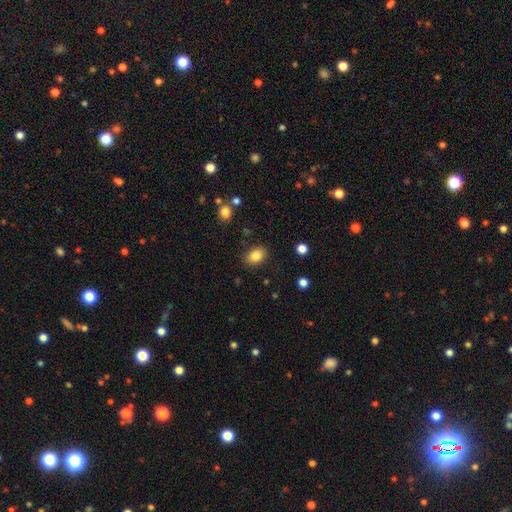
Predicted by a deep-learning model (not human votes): The model was most divided on "how rounded": in between: 73%, round: 26%, cigar-shaped: 1%. More confident: merging — none (86%); smooth or featured — smooth (84%).